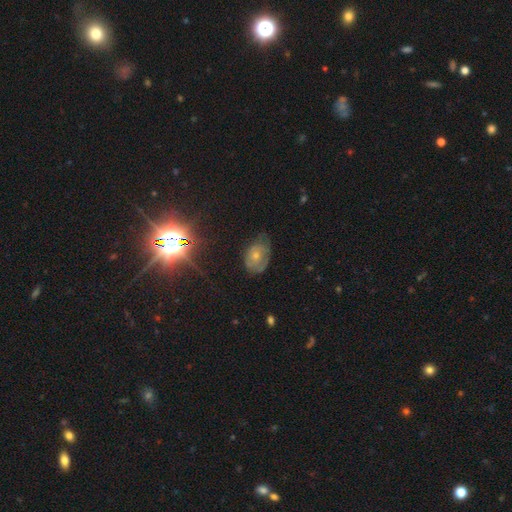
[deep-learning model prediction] Smooth or featured? Predicted: smooth (p=0.48). Merging? Predicted: none (p=0.49).